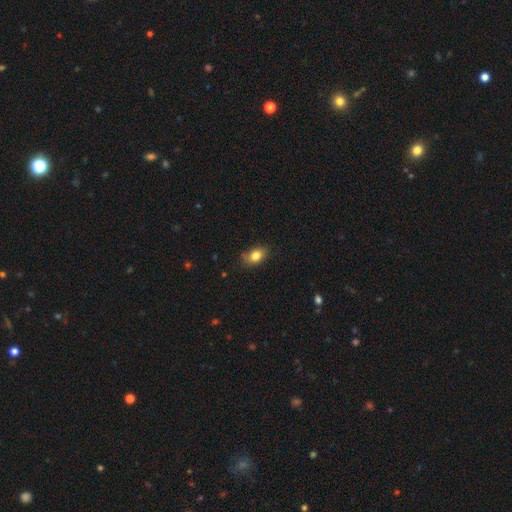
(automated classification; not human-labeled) smooth-or-featured: smooth: 82% | star or artifact: 9% | featured or disk: 9%
  how-rounded: in between: 81% | round: 17% | cigar-shaped: 2%
  merging: none: 72% | minor disturbance: 22% | major disturbance: 4% | merger: 2%